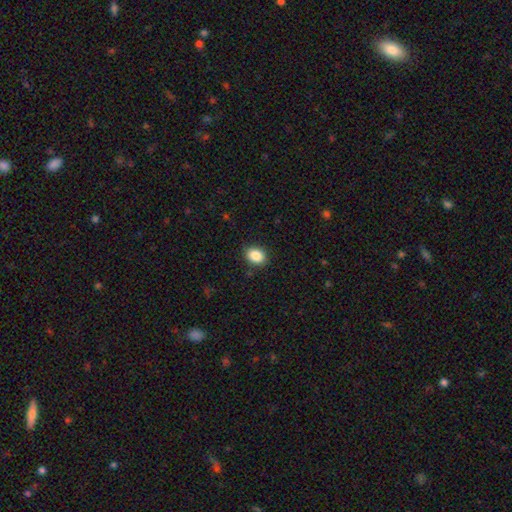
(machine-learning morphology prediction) type=smooth (88%); roundness=in between (63%); merging=none (89%).